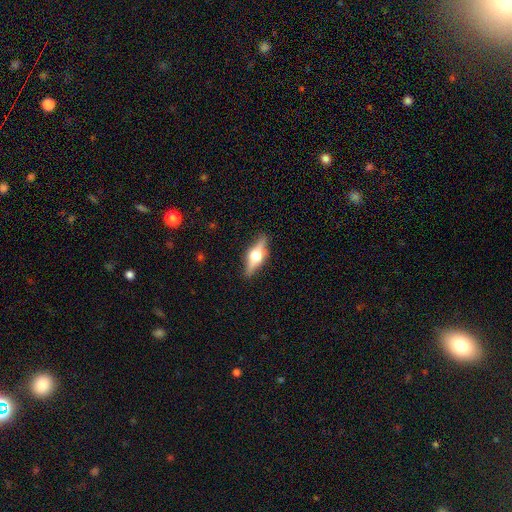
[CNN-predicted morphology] This is likely a featured or disk galaxy (70%). It is clearly viewed edge-on (96%). Edge-on bulge: clearly rounded (95%). Merging: clearly none (88%).